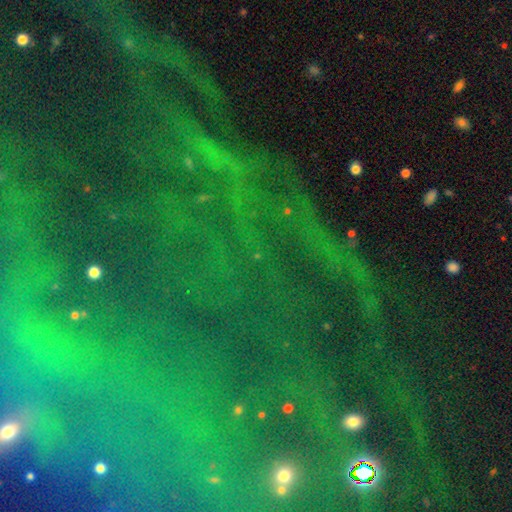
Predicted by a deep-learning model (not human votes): Overall: star or artifact (83%).